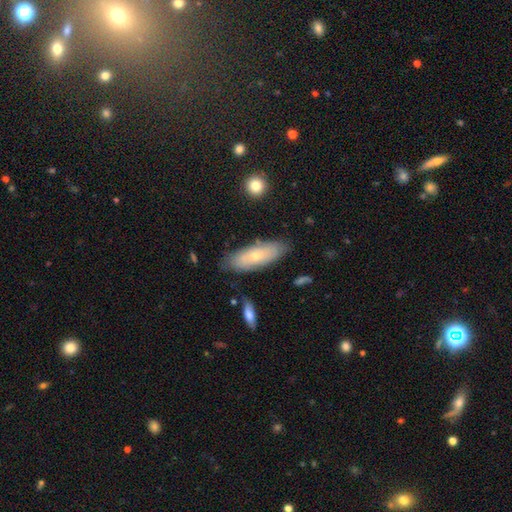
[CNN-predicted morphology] type=smooth (57%); roundness=in between (64%); merging=none (78%).